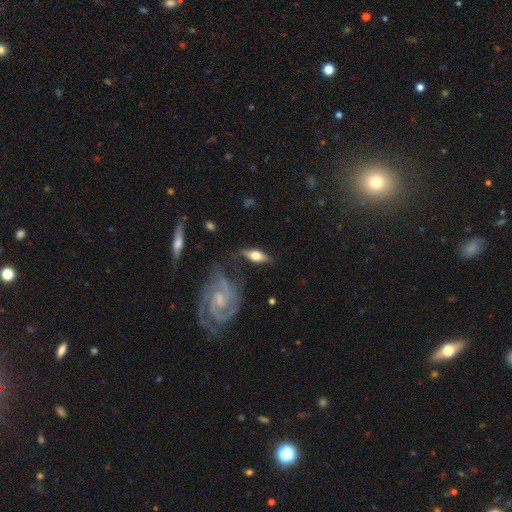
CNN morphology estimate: smooth-or-featured: featured or disk: 52% | smooth: 41% | star or artifact: 6%
  disk-edge-on: yes: 66% | no: 34%
  merging: none: 71% | minor disturbance: 18% | major disturbance: 6% | merger: 5%